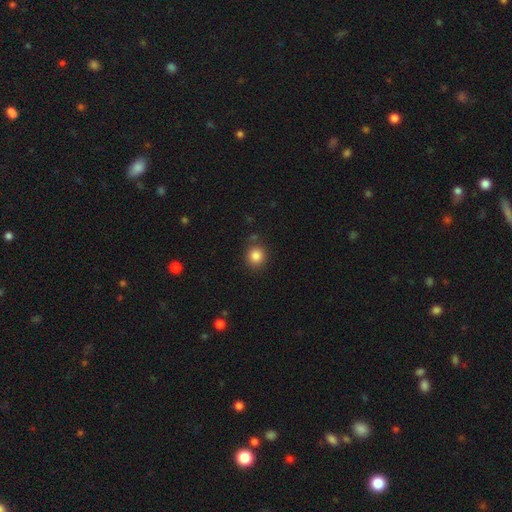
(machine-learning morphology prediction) A smooth galaxy with no disk features (85%) that is round (88%).

Vote fractions:
- Smooth or featured? smooth: 85% / star or artifact: 11% / featured or disk: 4%
- How rounded? round: 88% / in between: 11% / cigar-shaped: 1%
- Merging? none: 85% / minor disturbance: 9% / merger: 3% / major disturbance: 3%